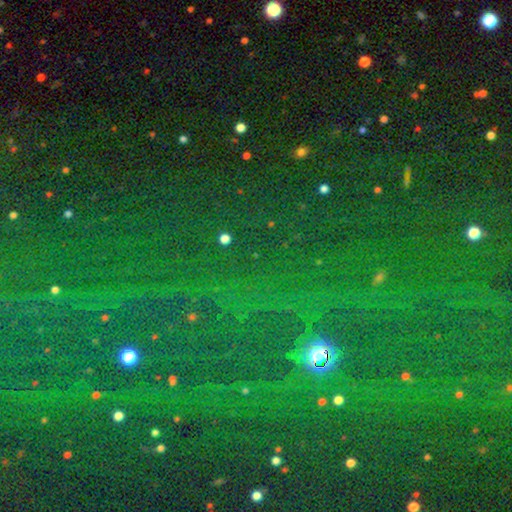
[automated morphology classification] Overall: star or artifact (83%).